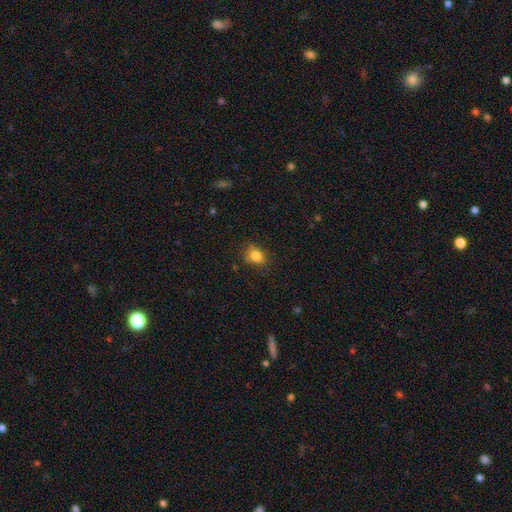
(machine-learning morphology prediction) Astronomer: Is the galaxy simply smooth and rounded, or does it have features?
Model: smooth — 82%.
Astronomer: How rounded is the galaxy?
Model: round — 53% (runner-up: in between, 46%).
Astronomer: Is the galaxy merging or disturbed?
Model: none — 74%.